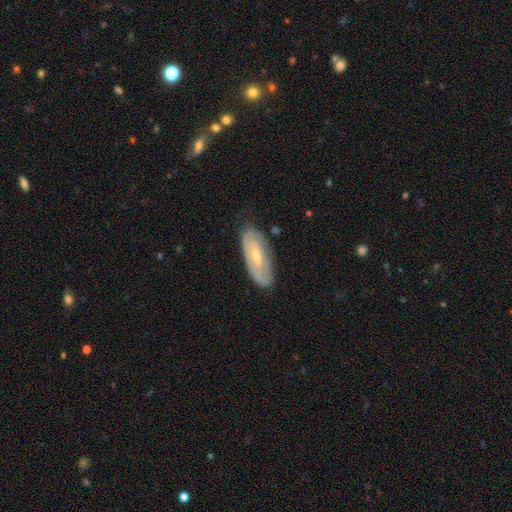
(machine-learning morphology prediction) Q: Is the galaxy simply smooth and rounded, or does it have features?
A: featured or disk — 64%.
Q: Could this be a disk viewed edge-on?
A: no — 87%.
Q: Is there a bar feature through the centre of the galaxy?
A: no — 46%.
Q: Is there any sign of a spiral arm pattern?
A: yes — 70%.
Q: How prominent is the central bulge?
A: small — 60%.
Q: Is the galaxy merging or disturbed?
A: none — 76%.